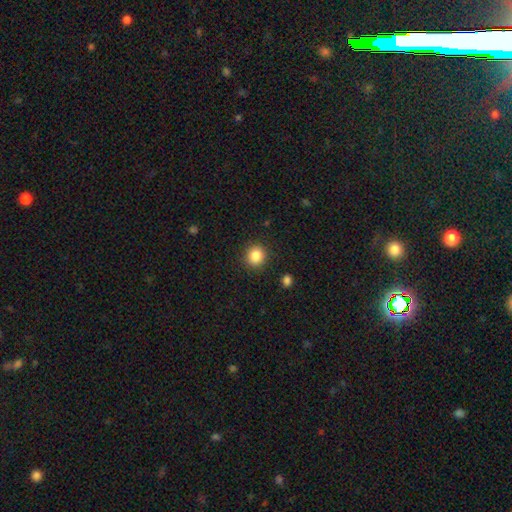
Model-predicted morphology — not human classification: Smooth or featured? Predicted: smooth (p=0.86). How rounded? Predicted: round (p=0.85). Merging? Predicted: none (p=0.90).